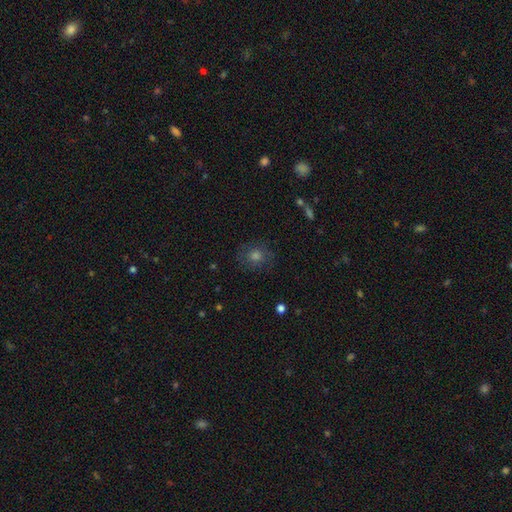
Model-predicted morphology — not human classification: Smooth or featured?
  - smooth: 52% *
  - star or artifact: 26%
  - featured or disk: 22%
How rounded?
  - round: 83% *
  - in between: 16%
  - cigar-shaped: 1%
Merging?
  - none: 83% *
  - minor disturbance: 11%
  - major disturbance: 5%
  - merger: 1%